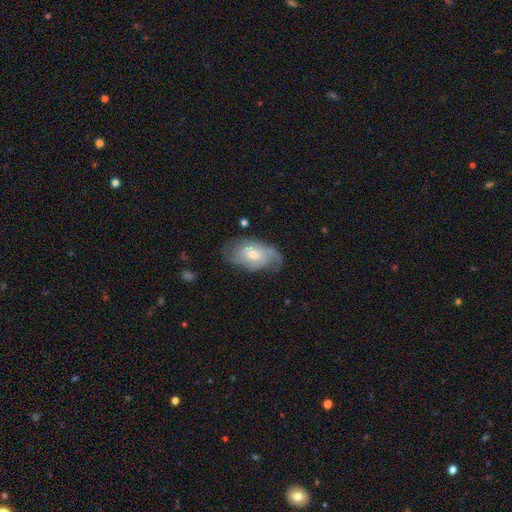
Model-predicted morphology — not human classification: type=featured or disk (53%); edge-on=no (94%); merging=none (49%).